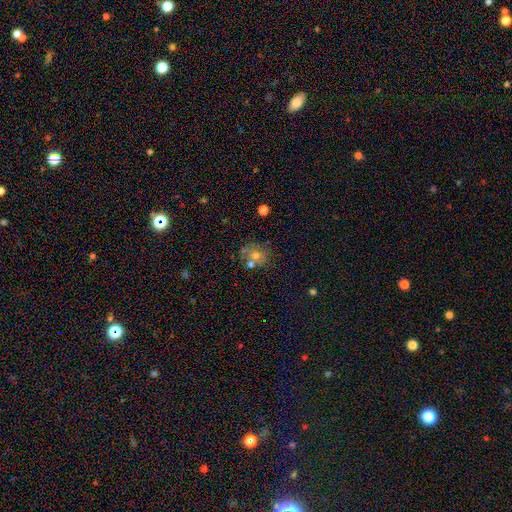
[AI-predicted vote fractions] Overall: smooth (45%; featured or disk 32%). Merging: none (60%).